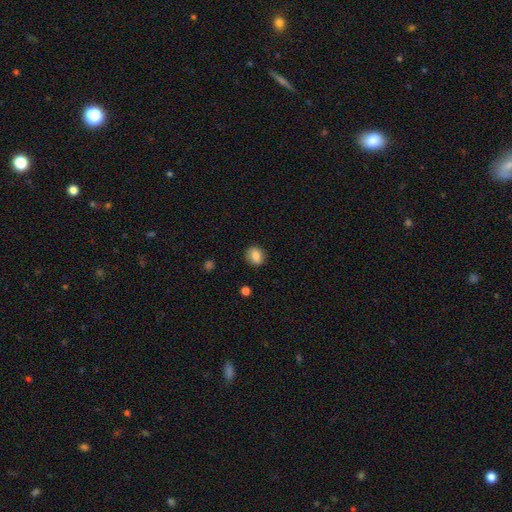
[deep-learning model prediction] smooth-or-featured: smooth: 77% | featured or disk: 13% | star or artifact: 9%
  how-rounded: round: 70% | in between: 29% | cigar-shaped: 1%
  merging: none: 84% | minor disturbance: 12% | major disturbance: 3% | merger: 1%